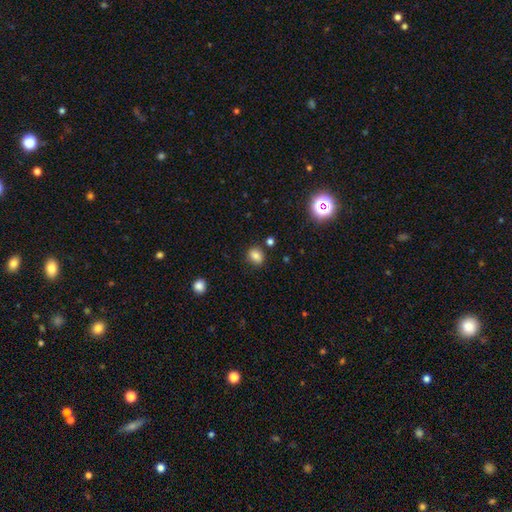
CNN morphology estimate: This appears to be a smooth galaxy with no disk features (80%) that is round (59%). Merging: none (82%).